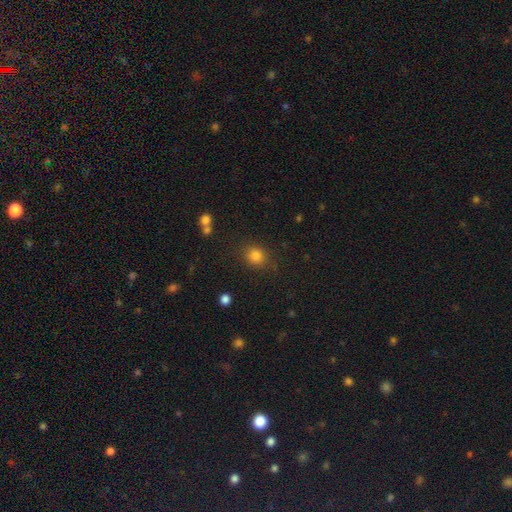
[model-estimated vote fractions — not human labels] Smooth or featured: smooth — 82% (star or artifact — 12%)
How rounded: round — 73% (in between — 26%)
Merging: none — 81% (minor disturbance — 12%)